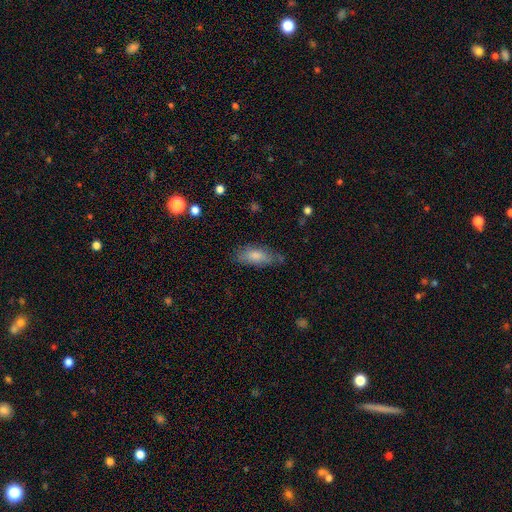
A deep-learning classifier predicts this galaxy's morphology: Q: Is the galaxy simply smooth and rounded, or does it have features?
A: smooth — 80%.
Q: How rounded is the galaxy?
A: in between — 79%.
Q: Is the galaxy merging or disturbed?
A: none — 67%.